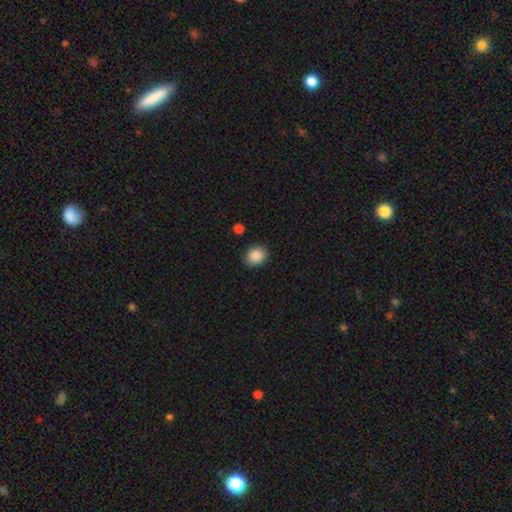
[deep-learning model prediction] smooth-or-featured: smooth: 89% | star or artifact: 8% | featured or disk: 3%
  how-rounded: round: 66% | in between: 33% | cigar-shaped: 1%
  merging: none: 86% | minor disturbance: 10% | major disturbance: 2% | merger: 2%